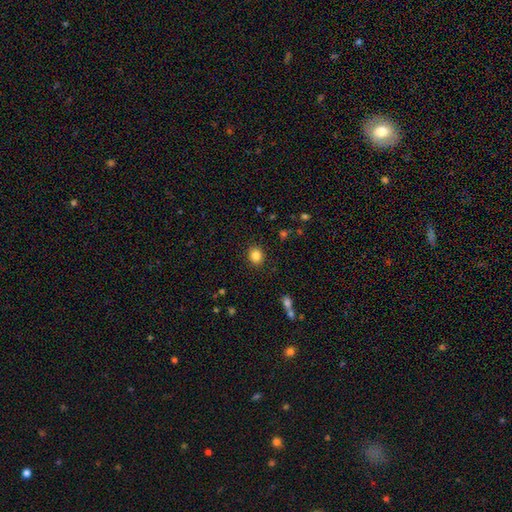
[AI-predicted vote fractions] Smooth or featured?
  - smooth: 85% *
  - star or artifact: 11%
  - featured or disk: 5%
How rounded?
  - round: 73% *
  - in between: 26%
  - cigar-shaped: 1%
Merging?
  - none: 90% *
  - minor disturbance: 7%
  - major disturbance: 2%
  - merger: 1%